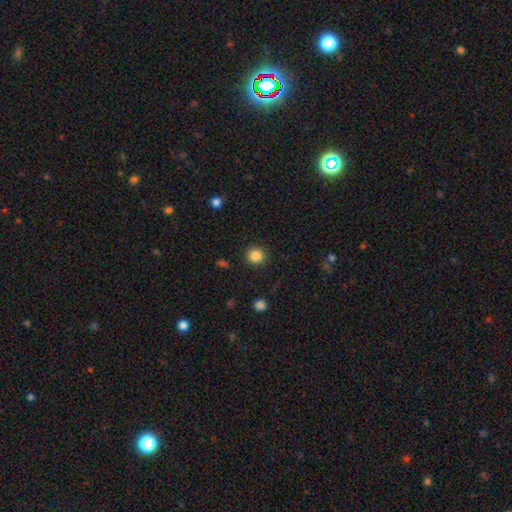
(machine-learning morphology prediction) smooth 85%, star or artifact 11%, featured or disk 4%. Down the decision tree: how rounded — round (94%); merging — none (91%).